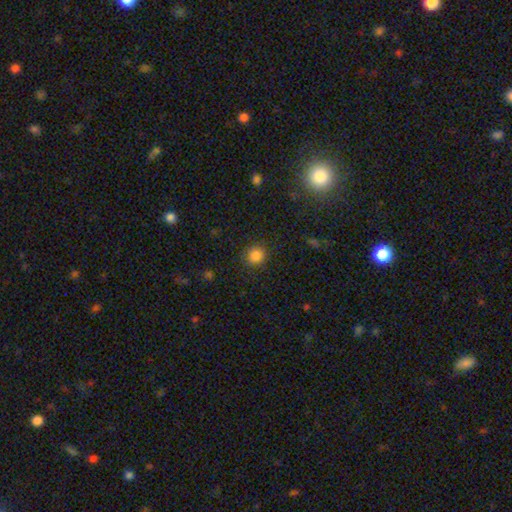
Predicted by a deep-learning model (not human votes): smooth 84%, star or artifact 12%, featured or disk 4%. Down the decision tree: how rounded — round (85%); merging — none (85%).